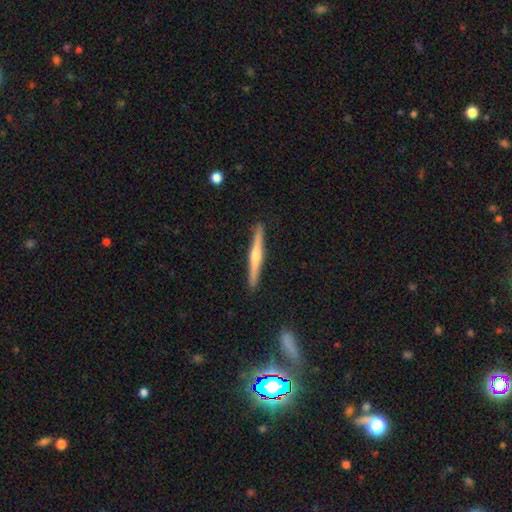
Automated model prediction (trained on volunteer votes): Overall: featured or disk (68%). Edge-on disk: yes (98%). Edge-on bulge: rounded (84%). Merging: none (91%).